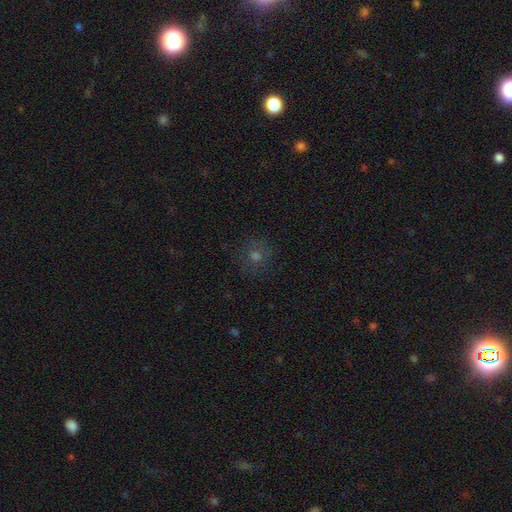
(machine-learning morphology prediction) A smooth galaxy with no disk features (58%) that is round (93%). Merging: none (88%).